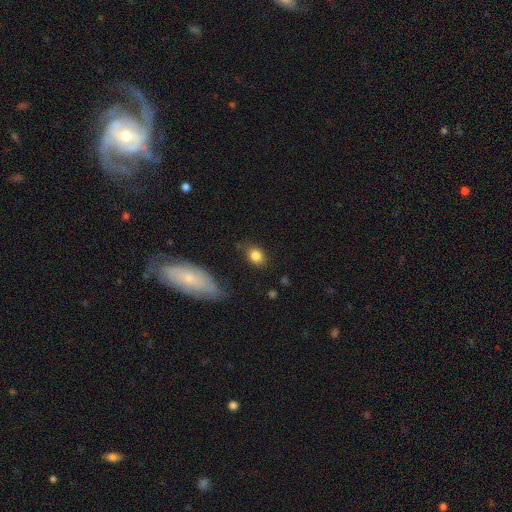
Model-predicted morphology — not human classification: A smooth galaxy with no disk features (83%) that is in between round and cigar-shaped (62%).

Vote fractions:
- Smooth or featured? smooth: 83% / star or artifact: 9% / featured or disk: 8%
- How rounded? in between: 62% / round: 36% / cigar-shaped: 2%
- Merging? none: 79% / minor disturbance: 15% / major disturbance: 4% / merger: 2%